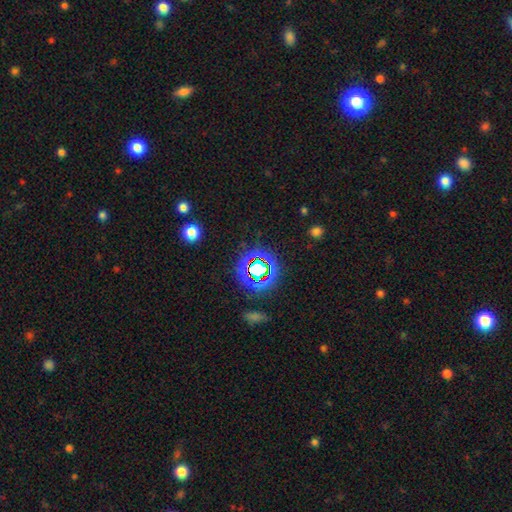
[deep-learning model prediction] This is possibly a star or artifact rather than a galaxy (59%).